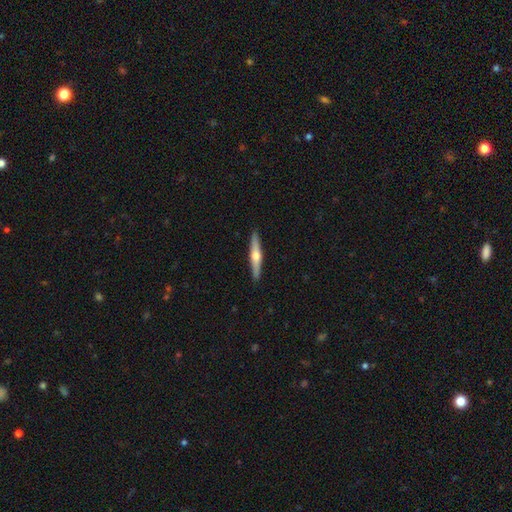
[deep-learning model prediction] A featured or disk galaxy (59%) viewed edge-on (96%) with a rounded central bulge (92%). Merging: none (92%).